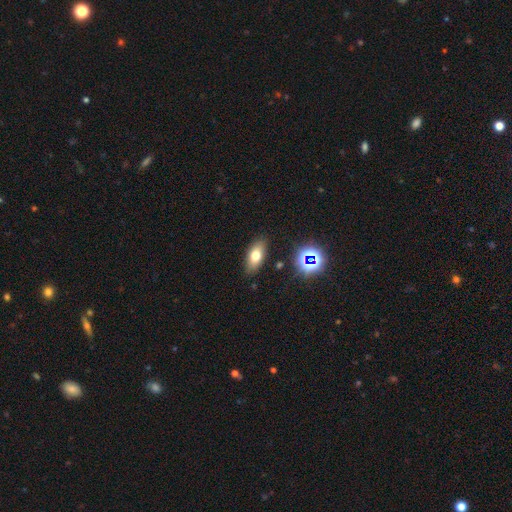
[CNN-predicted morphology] Smooth or featured?
  - smooth: 71% *
  - featured or disk: 17%
  - star or artifact: 13%
How rounded?
  - in between: 84% *
  - cigar-shaped: 10%
  - round: 6%
Merging?
  - none: 85% *
  - minor disturbance: 10%
  - major disturbance: 3%
  - merger: 2%